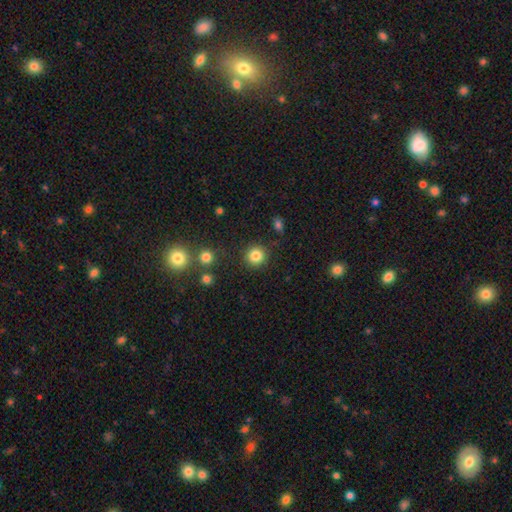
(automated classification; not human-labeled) Smooth or featured?
  - smooth: 83% *
  - star or artifact: 11%
  - featured or disk: 5%
How rounded?
  - round: 94% *
  - in between: 5%
  - cigar-shaped: 1%
Merging?
  - none: 89% *
  - minor disturbance: 6%
  - major disturbance: 3%
  - merger: 2%